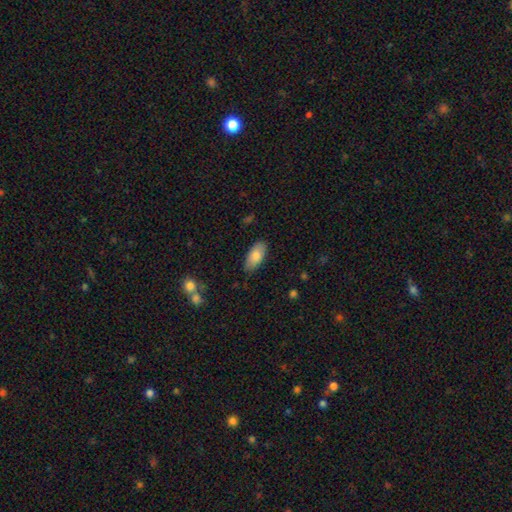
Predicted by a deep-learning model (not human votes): Smooth or featured? Predicted: smooth (p=0.82). How rounded? Predicted: in between (p=0.91). Merging? Predicted: none (p=0.83).